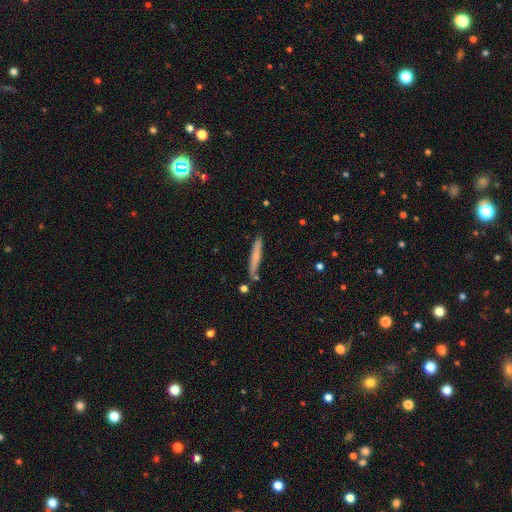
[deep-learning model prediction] Morphology: type=smooth (67%); roundness=cigar-shaped (95%); merging=none (82%).